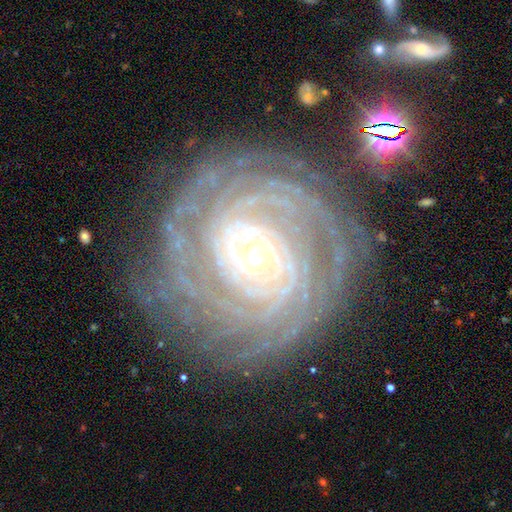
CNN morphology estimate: smooth-or-featured: featured or disk: 90% | star or artifact: 6% | smooth: 4%
  disk-edge-on: no: 97% | yes: 3%
    bar: no: 66% | weak: 21% | strong: 13%
    has-spiral-arms: yes: 98% | no: 2%
      spiral-winding: tight: 88% | medium: 10% | loose: 2%
      spiral-arm-count: more than 4: 29% | 4: 21% | can't tell: 19% | 3: 13% | 2: 10% | 1: 8%
    bulge-size: small: 79% | moderate: 17% | large: 2% | none: 1% | dominant: 1%
  merging: none: 81% | minor disturbance: 13% | major disturbance: 4% | merger: 2%